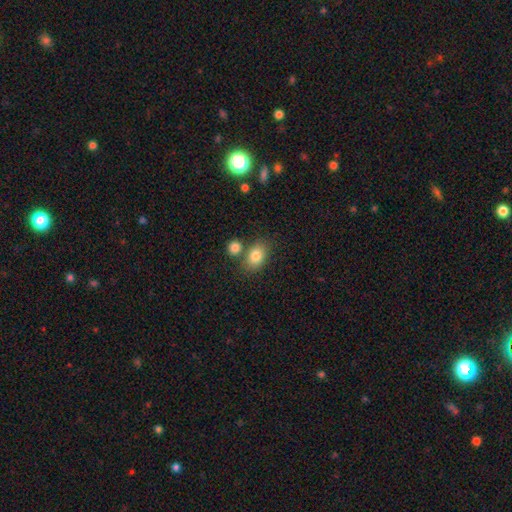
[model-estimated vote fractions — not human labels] smooth_or_featured: smooth (p=0.82) [alt: featured or disk p=0.09]
how_rounded: in between (p=0.74) [alt: round p=0.25]
merging: none (p=0.63) [alt: merger p=0.21]